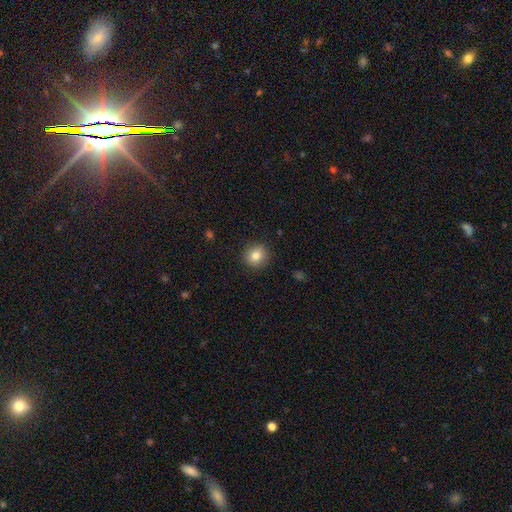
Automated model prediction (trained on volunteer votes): A smooth galaxy with no disk features (82%) that is round (87%).

Vote fractions:
- Smooth or featured? smooth: 82% / star or artifact: 10% / featured or disk: 8%
- How rounded? round: 87% / in between: 12% / cigar-shaped: 1%
- Merging? none: 90% / minor disturbance: 7% / major disturbance: 2% / merger: 1%